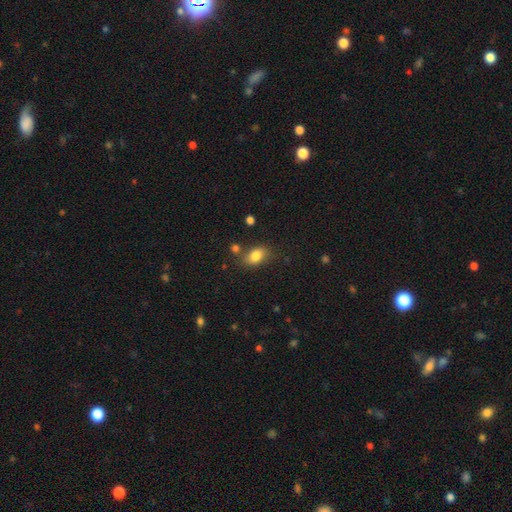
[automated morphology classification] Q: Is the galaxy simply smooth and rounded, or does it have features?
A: smooth — 82%.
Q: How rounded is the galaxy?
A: in between — 80%.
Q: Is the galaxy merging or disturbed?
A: none — 69%.